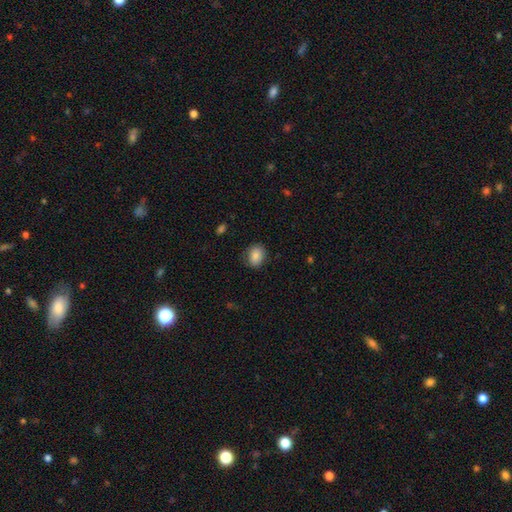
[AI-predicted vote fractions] Smooth or featured? smooth (84%)
How rounded? in between (58%)
Merging? none (78%)